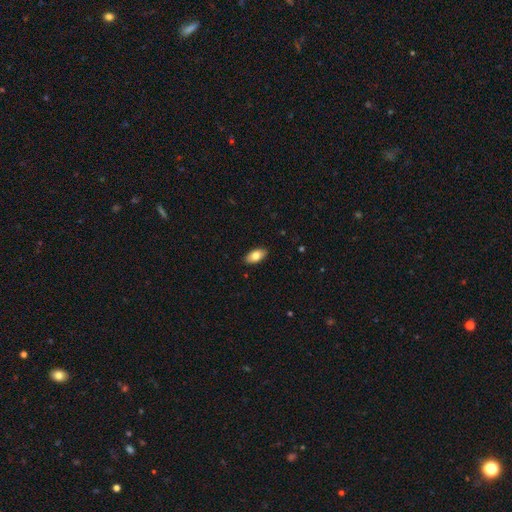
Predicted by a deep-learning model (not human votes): This is clearly a smooth galaxy (81%). How rounded: clearly in between (93%). Merging: clearly none (89%).